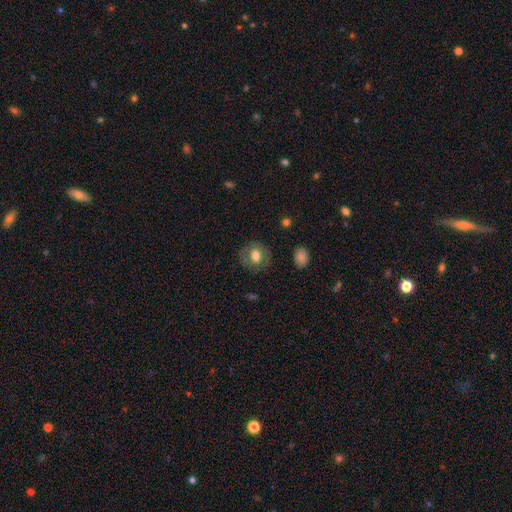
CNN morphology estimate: smooth_or_featured: smooth (p=0.65) [alt: featured or disk p=0.26]
how_rounded: round (p=0.77) [alt: in between p=0.22]
merging: none (p=0.82) [alt: minor disturbance p=0.12]